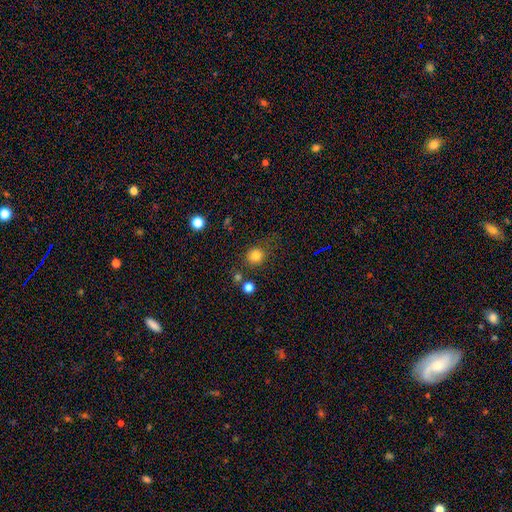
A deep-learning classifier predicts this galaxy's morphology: type=smooth (81%); roundness=round (86%); merging=none (75%).